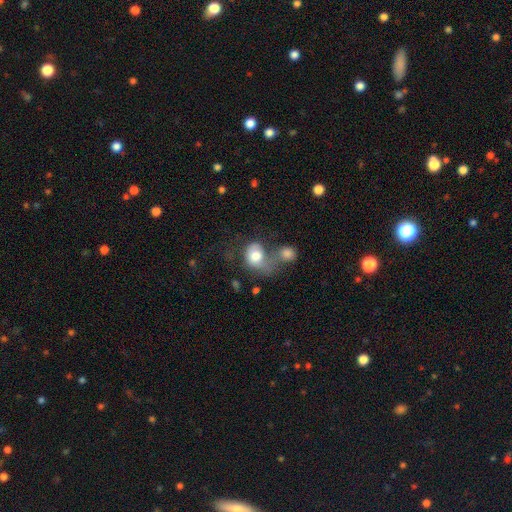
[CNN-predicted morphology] A smooth galaxy with no disk features (74%) that is round (49%, tied with in between).

Vote fractions:
- Smooth or featured? smooth: 74% / featured or disk: 19% / star or artifact: 7%
- How rounded? round: 49% (tied) / in between: 49% (tied) / cigar-shaped: 1%
- Merging? merger: 49% / major disturbance: 21% / none: 18% / minor disturbance: 12%